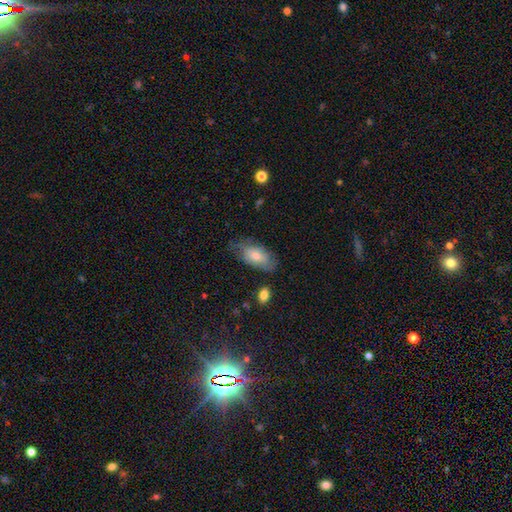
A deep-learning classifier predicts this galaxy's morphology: type=smooth (69%); roundness=in between (91%); merging=none (56%).